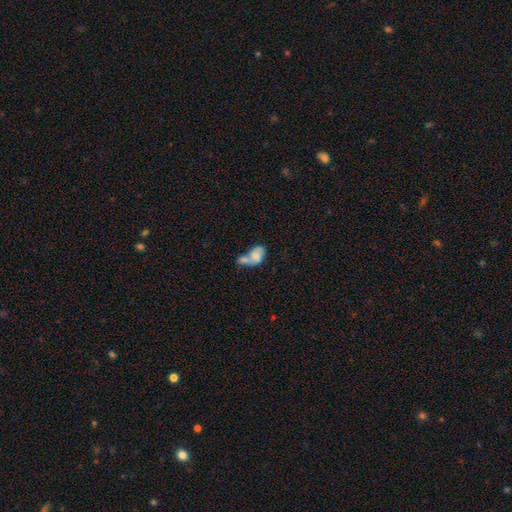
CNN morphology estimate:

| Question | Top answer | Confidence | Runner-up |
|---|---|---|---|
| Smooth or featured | smooth | 61% | featured or disk (30%) |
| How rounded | in between | 82% | round (16%) |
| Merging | merger | 66% | none (15%) |